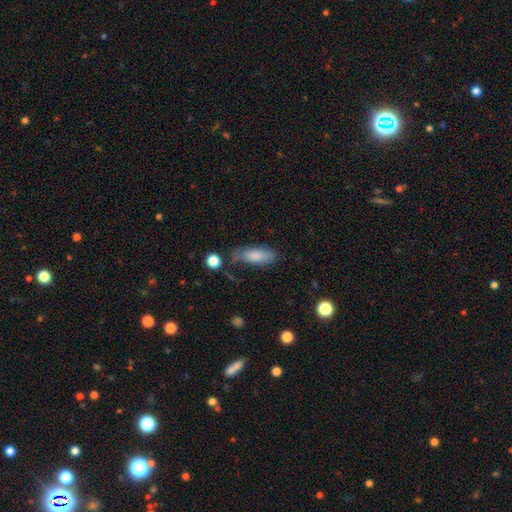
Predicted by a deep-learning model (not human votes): smooth-or-featured: smooth: 82% | featured or disk: 11% | star or artifact: 7%
  how-rounded: in between: 69% | cigar-shaped: 29% | round: 2%
  merging: none: 64% | minor disturbance: 24% | major disturbance: 7% | merger: 5%